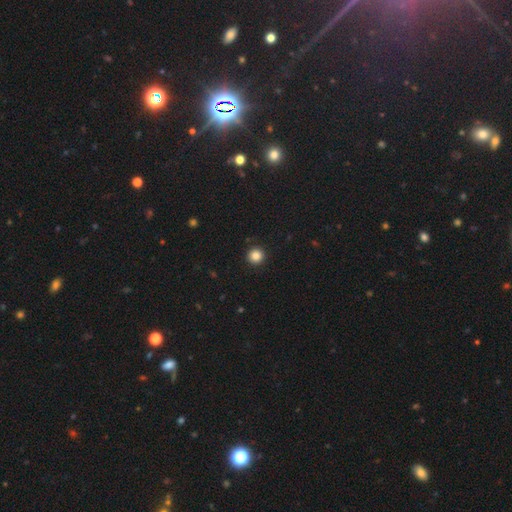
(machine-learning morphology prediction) Smooth or featured? Predicted: smooth (p=0.86). How rounded? Predicted: round (p=0.96). Merging? Predicted: none (p=0.93).